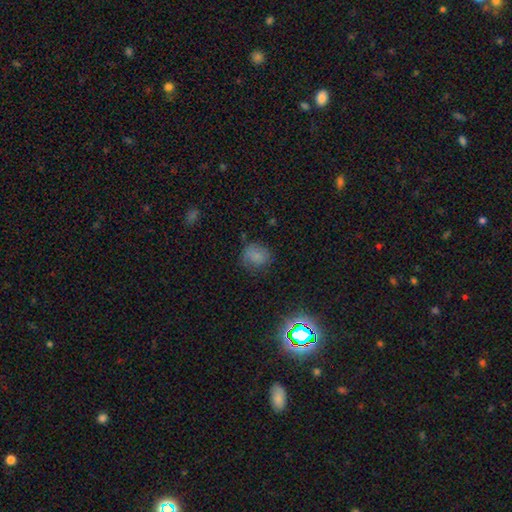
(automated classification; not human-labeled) Smooth or featured: smooth — 72% (star or artifact — 17%)
How rounded: round — 63% (in between — 36%)
Merging: none — 66% (minor disturbance — 24%)